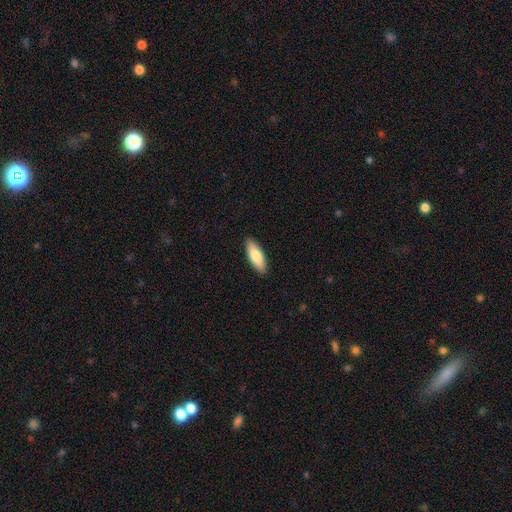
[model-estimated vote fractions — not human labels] A smooth galaxy with no disk features (79%) that is in between round and cigar-shaped (63%). Merging: none (90%).